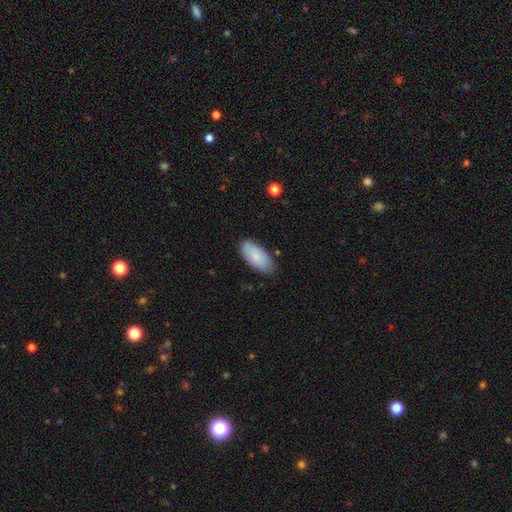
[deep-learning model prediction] A smooth galaxy with no disk features (81%) that is in between round and cigar-shaped (91%). Merging: none (73%).